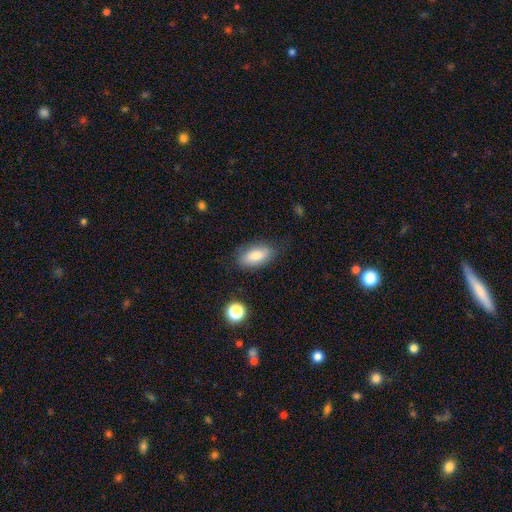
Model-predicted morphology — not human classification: smooth-or-featured: smooth: 79% | featured or disk: 13% | star or artifact: 7%
  how-rounded: in between: 87% | cigar-shaped: 9% | round: 4%
  merging: none: 79% | minor disturbance: 16% | major disturbance: 4% | merger: 2%